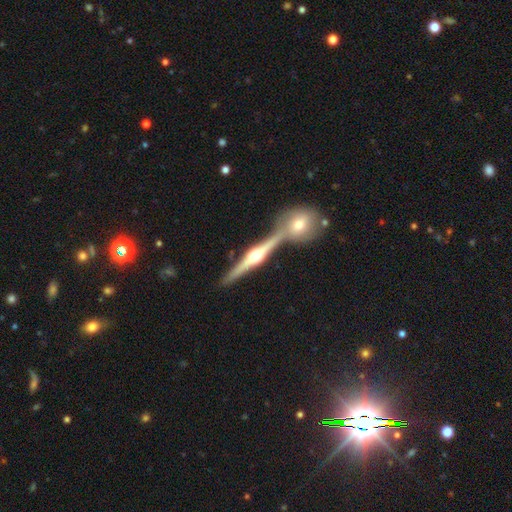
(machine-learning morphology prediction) Smooth or featured? Predicted: featured or disk (p=0.80). Edge-on disk? Predicted: yes (p=0.97). Edge-on bulge? Predicted: rounded (p=0.93). Merging? Predicted: none (p=0.70).